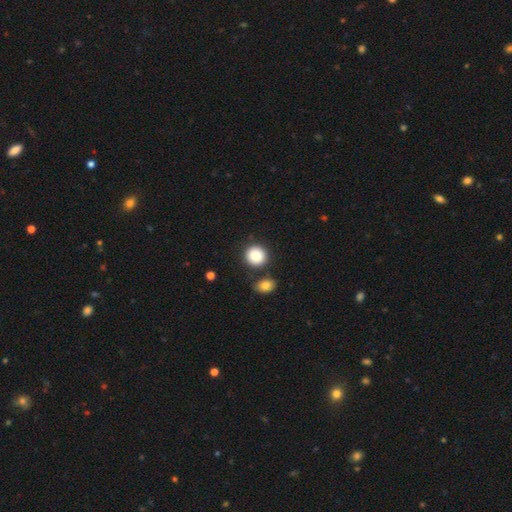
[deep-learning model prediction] Smooth or featured?
  - smooth: 86% *
  - star or artifact: 8%
  - featured or disk: 7%
How rounded?
  - round: 89% *
  - in between: 10%
  - cigar-shaped: 1%
Merging?
  - none: 78% *
  - merger: 10%
  - minor disturbance: 9%
  - major disturbance: 3%